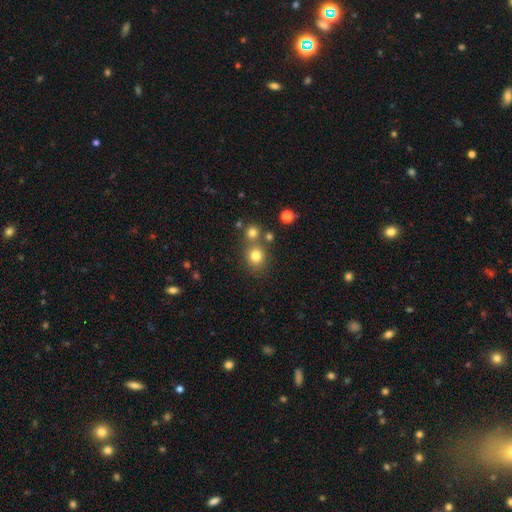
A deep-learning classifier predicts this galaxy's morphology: A smooth galaxy with no disk features (78%) that is round (80%).

Vote fractions:
- Smooth or featured? smooth: 78% / star or artifact: 14% / featured or disk: 8%
- How rounded? round: 80% / in between: 19% / cigar-shaped: 1%
- Merging? none: 67% / merger: 20% / minor disturbance: 9% / major disturbance: 3%